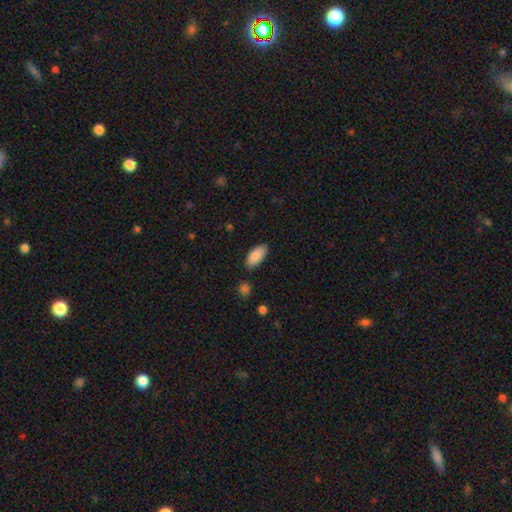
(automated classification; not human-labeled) Overall: smooth (89%). How rounded: in between (89%). Merging: none (84%).